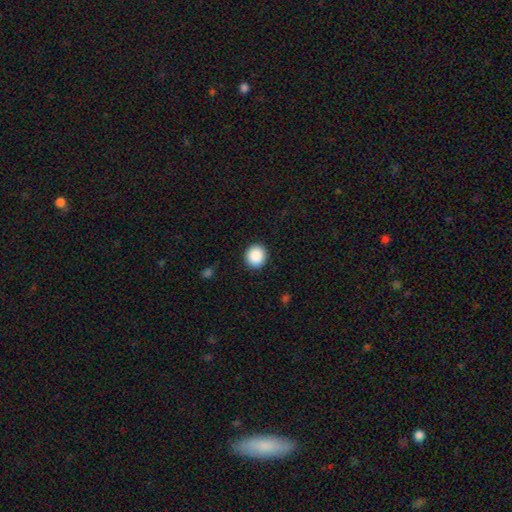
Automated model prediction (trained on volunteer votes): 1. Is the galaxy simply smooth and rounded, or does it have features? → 89% smooth, 8% star or artifact, 3% featured or disk.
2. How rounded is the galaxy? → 89% round, 10% in between, 1% cigar-shaped.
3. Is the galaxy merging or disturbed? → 92% none, 5% minor disturbance, 2% major disturbance, 1% merger.